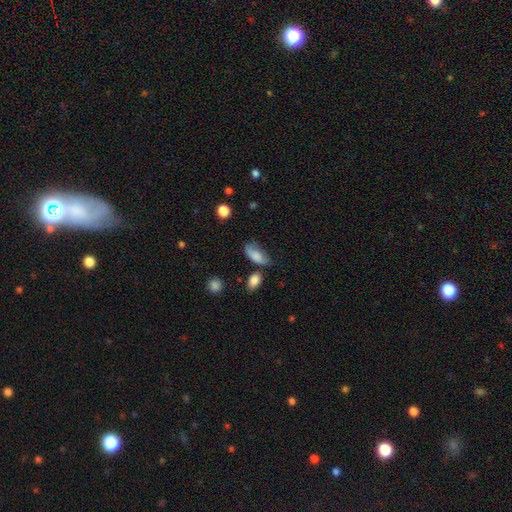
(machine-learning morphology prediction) Smooth or featured: smooth — 79% (featured or disk — 13%)
How rounded: in between — 88% (cigar-shaped — 8%)
Merging: none — 43% (minor disturbance — 35%)